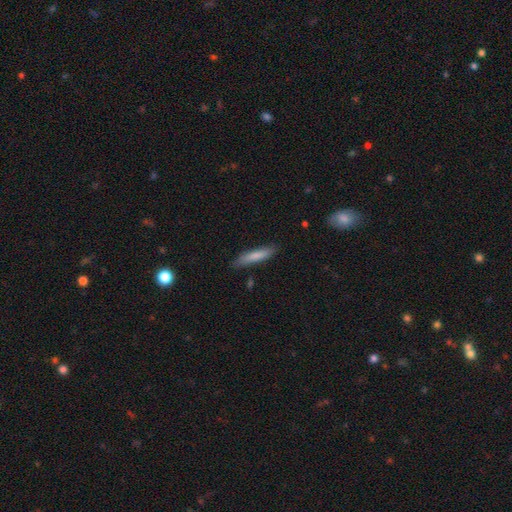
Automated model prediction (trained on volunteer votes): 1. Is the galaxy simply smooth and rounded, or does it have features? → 78% smooth, 16% featured or disk, 6% star or artifact.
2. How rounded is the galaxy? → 88% cigar-shaped, 11% in between, 1% round.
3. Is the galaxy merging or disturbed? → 84% none, 12% minor disturbance, 2% major disturbance, 2% merger.